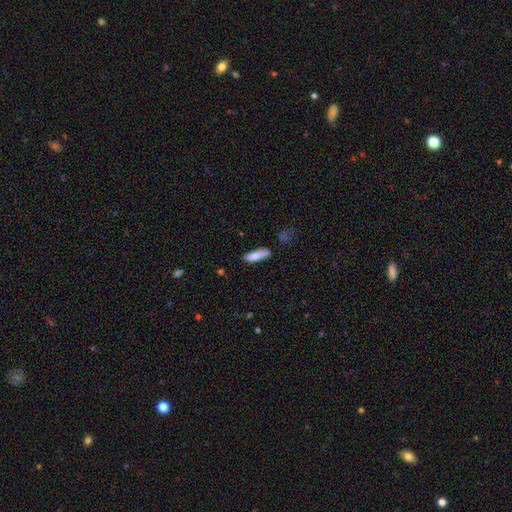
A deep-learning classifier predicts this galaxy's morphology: smooth-or-featured: smooth: 82% | featured or disk: 12% | star or artifact: 6%
  how-rounded: cigar-shaped: 64% | in between: 34% | round: 2%
  merging: none: 74% | minor disturbance: 18% | major disturbance: 4% | merger: 4%